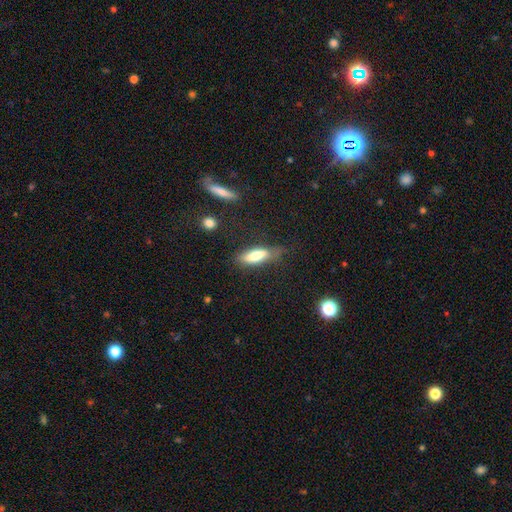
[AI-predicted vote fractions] Overall: smooth (71%). How rounded: in between (50%; cigar-shaped 48%). Merging: none (62%; minor disturbance 25%).